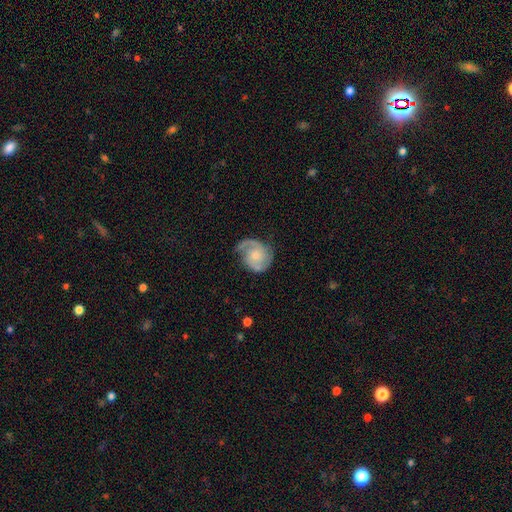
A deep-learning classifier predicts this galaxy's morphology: A featured or disk galaxy (80%) with no bar (68%), 2 (78%) medium (47%) spiral arms (96%) and a moderate central bulge (42%).

Vote fractions:
- Smooth or featured? featured or disk: 80% / smooth: 15% / star or artifact: 6%
- Edge-on disk? no: 98% / yes: 2%
- Bar? no: 68% / weak: 28% / strong: 4%
- Spiral arms? yes: 96% / no: 4%
- Spiral winding? medium: 47% / tight: 37% / loose: 16%
- Spiral arm count? 2: 78% / 1: 11% / can't tell: 6% / 3: 3% / 4: 1% / more than 4: 1%
- Bulge size? moderate: 42% / small: 40% / none: 10% / large: 6% / dominant: 1%
- Merging? none: 66% / minor disturbance: 21% / major disturbance: 11% / merger: 2%